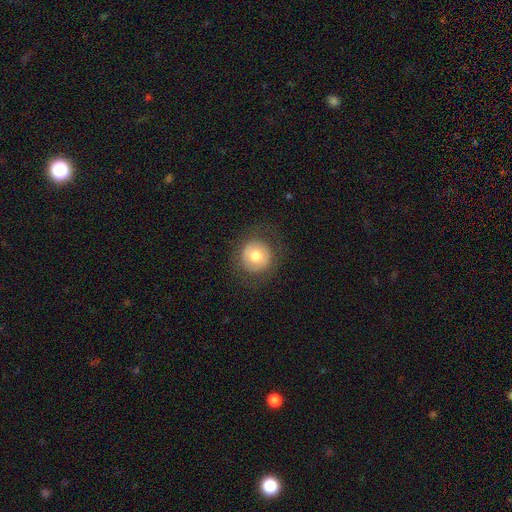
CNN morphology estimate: smooth_or_featured: smooth (p=0.64) [alt: featured or disk p=0.28]
how_rounded: round (p=0.93) [alt: in between p=0.06]
merging: none (p=0.83) [alt: minor disturbance p=0.10]